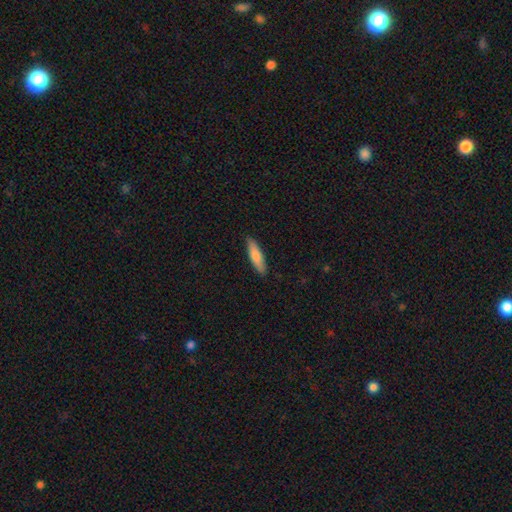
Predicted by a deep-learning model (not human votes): smooth 78%, featured or disk 16%, star or artifact 5%. Down the decision tree: how rounded — cigar-shaped (69%); merging — none (88%).